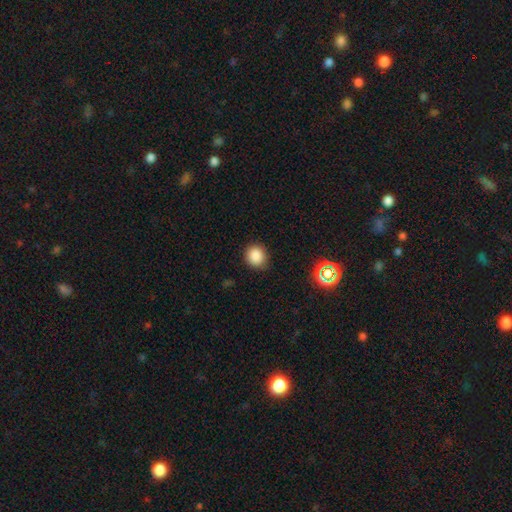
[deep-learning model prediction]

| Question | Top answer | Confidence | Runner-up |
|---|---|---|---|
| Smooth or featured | smooth | 86% | star or artifact (11%) |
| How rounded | round | 83% | in between (16%) |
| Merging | none | 87% | minor disturbance (9%) |